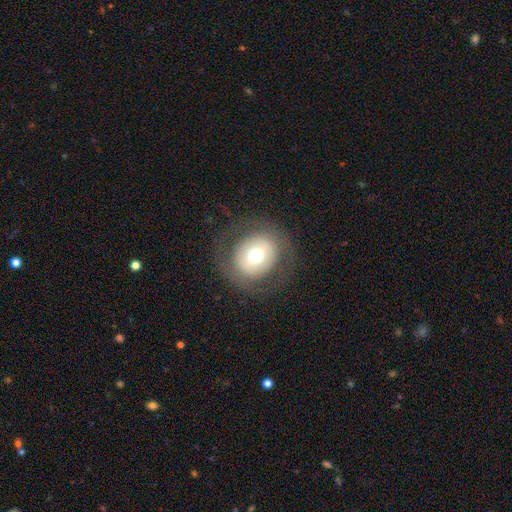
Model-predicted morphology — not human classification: Smooth or featured?
  - smooth: 55% *
  - featured or disk: 35%
  - star or artifact: 10%
How rounded?
  - round: 81% *
  - in between: 18%
  - cigar-shaped: 1%
Merging?
  - none: 79% *
  - major disturbance: 10%
  - minor disturbance: 10%
  - merger: 1%